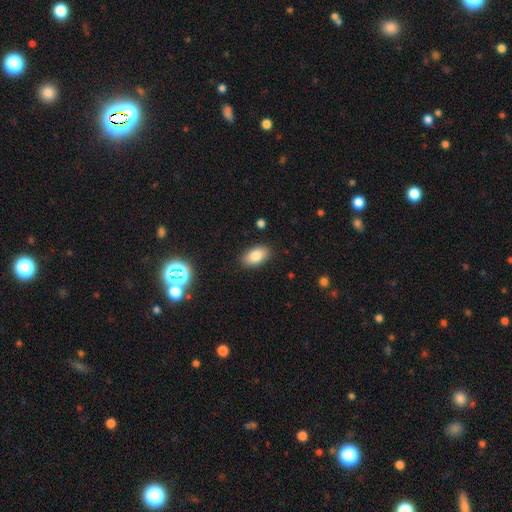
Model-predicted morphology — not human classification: This appears to be a smooth galaxy with no disk features (83%) that is in between round and cigar-shaped (93%). Merging: none (87%).